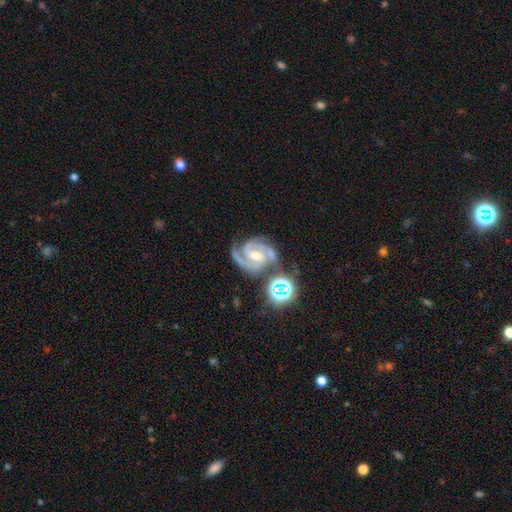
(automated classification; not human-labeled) Smooth or featured? featured or disk (87%)
Edge-on disk? no (98%)
Bar? weak (42%)
Spiral arms? yes (98%)
Spiral winding? tight (53%)
Spiral arm count? 3 (43%)
Bulge size? moderate (56%)
Merging? none (63%)